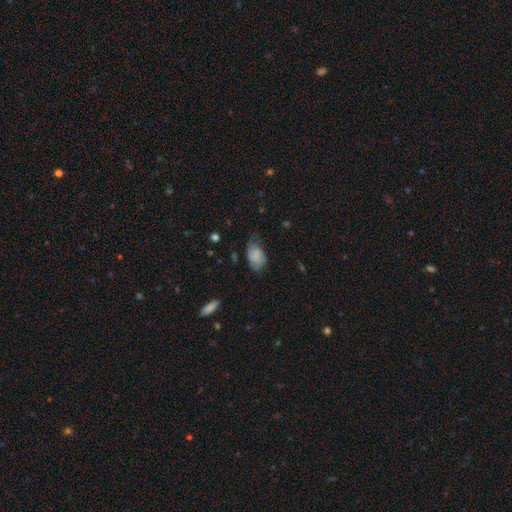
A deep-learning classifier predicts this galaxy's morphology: type=smooth (65%); roundness=in between (88%); merging=none (47%).